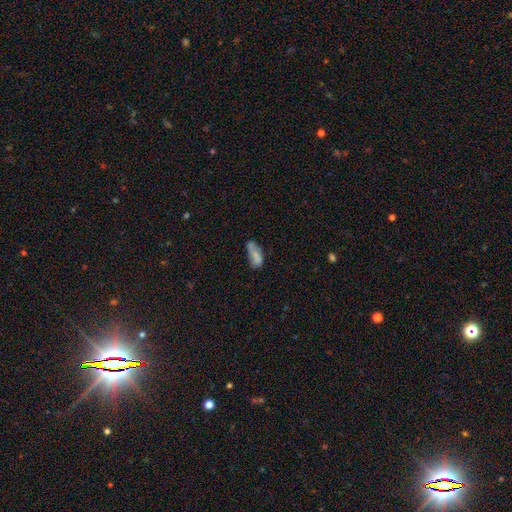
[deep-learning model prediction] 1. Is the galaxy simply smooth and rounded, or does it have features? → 71% smooth, 19% featured or disk, 10% star or artifact.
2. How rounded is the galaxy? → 83% in between, 14% cigar-shaped, 3% round.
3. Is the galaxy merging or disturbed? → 39% none, 30% minor disturbance, 16% major disturbance, 16% merger.